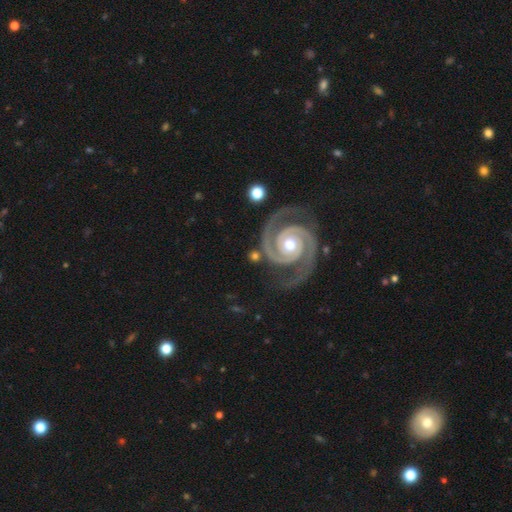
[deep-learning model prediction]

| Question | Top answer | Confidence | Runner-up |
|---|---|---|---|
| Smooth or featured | featured or disk | 93% | star or artifact (4%) |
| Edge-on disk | no | 98% | yes (2%) |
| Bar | no | 72% | weak (17%) |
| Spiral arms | yes | 99% | no (1%) |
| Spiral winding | tight | 66% | medium (29%) |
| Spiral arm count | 2 | 93% | 3 (2%) |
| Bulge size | moderate | 77% | small (17%) |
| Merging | none | 79% | minor disturbance (13%) |